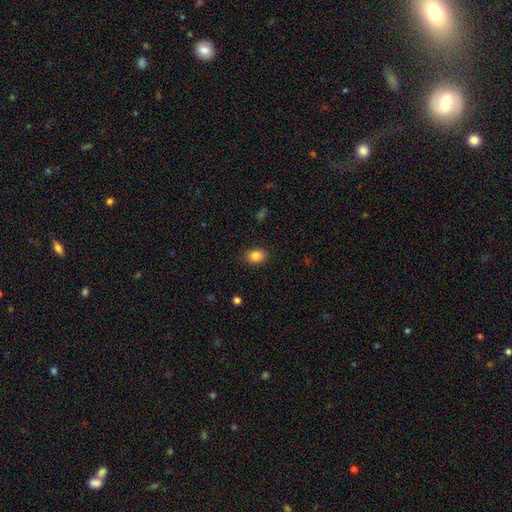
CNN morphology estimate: Smooth or featured: smooth — 86% (star or artifact — 9%)
How rounded: in between — 71% (round — 28%)
Merging: none — 85% (minor disturbance — 11%)